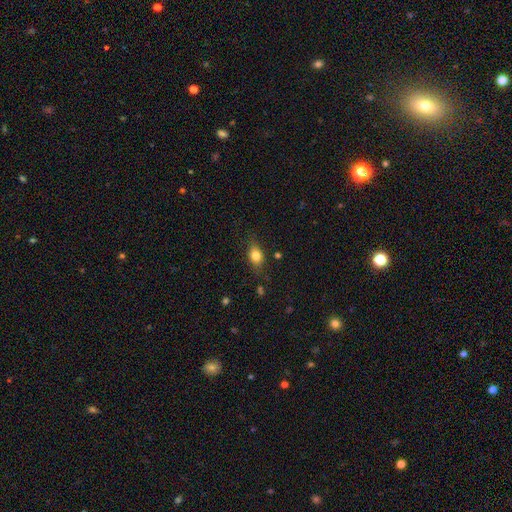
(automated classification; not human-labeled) Q: Smooth or featured?
A: smooth (79%); runner-up: featured or disk (11%)
Q: How rounded?
A: in between (70%); runner-up: round (26%)
Q: Merging?
A: none (75%); runner-up: minor disturbance (19%)